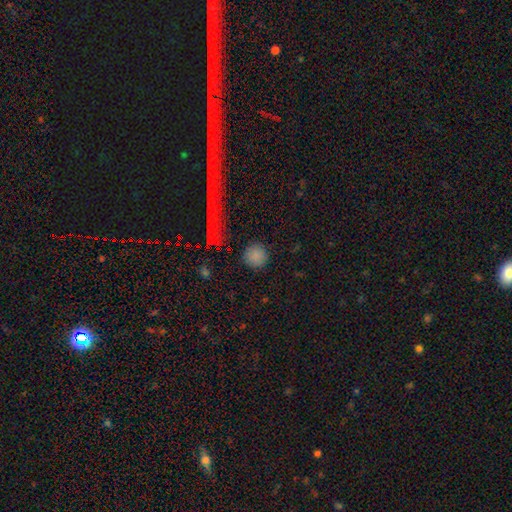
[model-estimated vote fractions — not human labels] Smooth or featured? smooth (82%)
How rounded? round (95%)
Merging? none (87%)